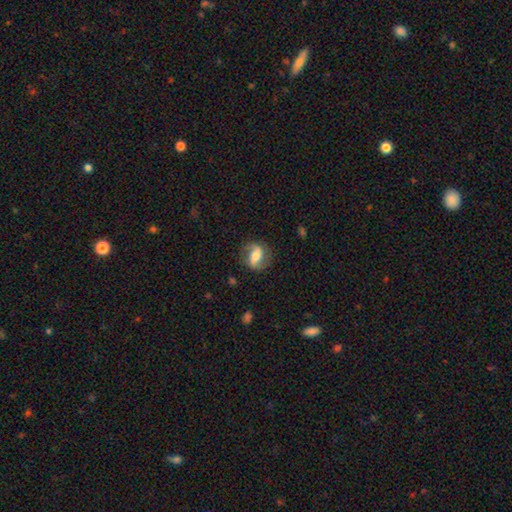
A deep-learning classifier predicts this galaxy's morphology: This appears to be a featured or disk galaxy (62%) with a strong bar (41%), spiral arms (85%) and a moderate central bulge (57%). Merging: none (78%).